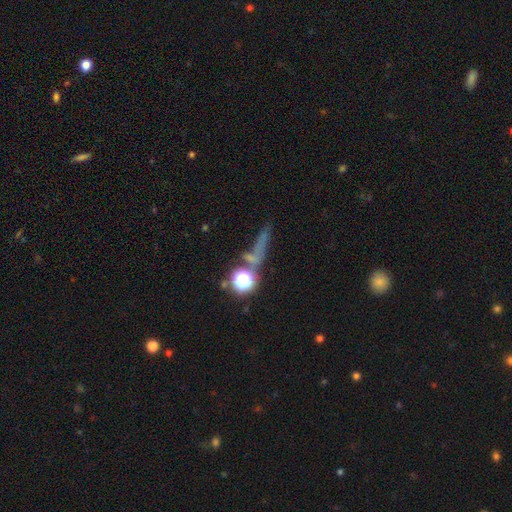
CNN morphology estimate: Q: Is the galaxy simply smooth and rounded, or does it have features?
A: star or artifact — 43%.